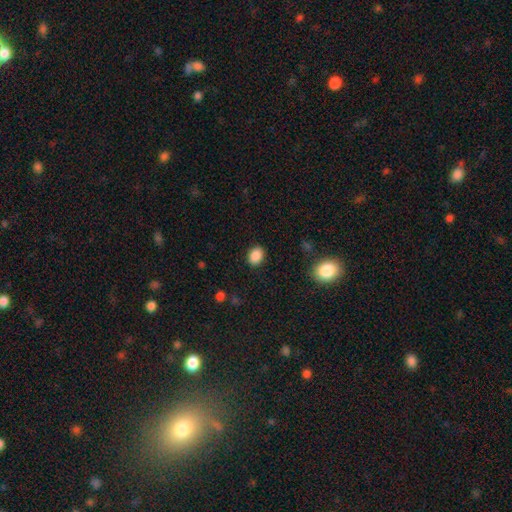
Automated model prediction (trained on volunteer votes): Smooth or featured? smooth (88%)
How rounded? in between (66%)
Merging? none (88%)